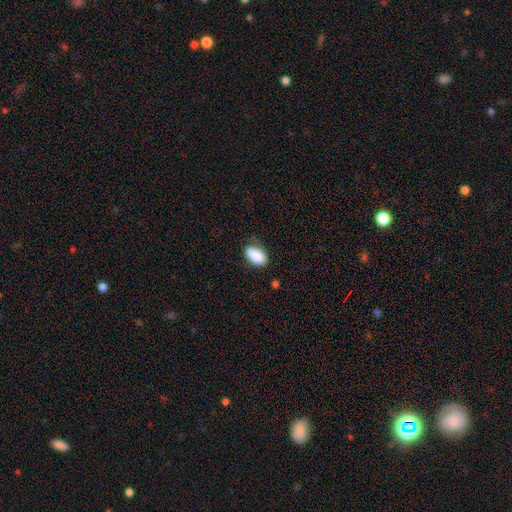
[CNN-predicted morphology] type=smooth (89%); roundness=in between (94%); merging=none (70%).